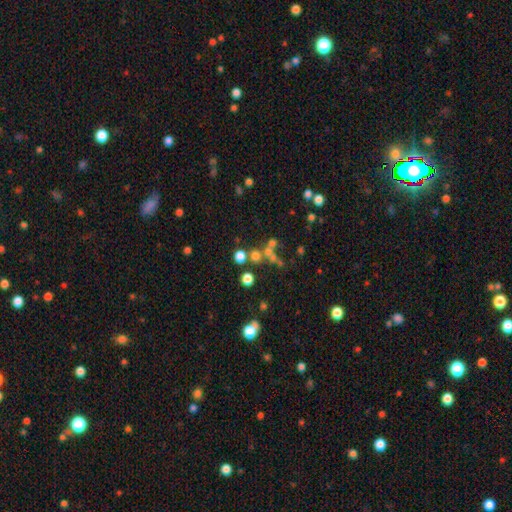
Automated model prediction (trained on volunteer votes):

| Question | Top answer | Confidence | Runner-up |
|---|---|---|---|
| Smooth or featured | smooth | 57% | star or artifact (25%) |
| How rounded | round | 87% | in between (12%) |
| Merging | none | 52% | merger (34%) |